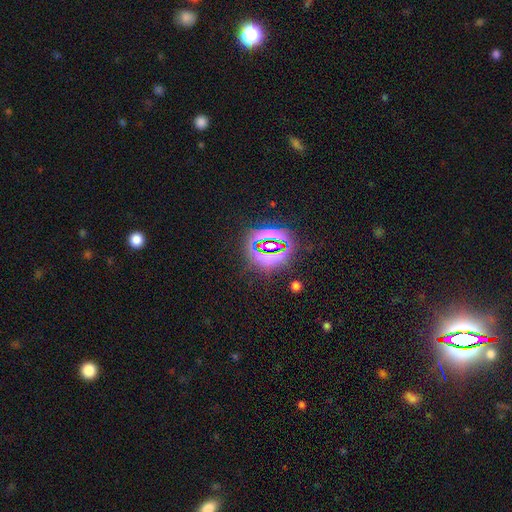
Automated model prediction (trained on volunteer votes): Morphology: type=star or artifact (77%).